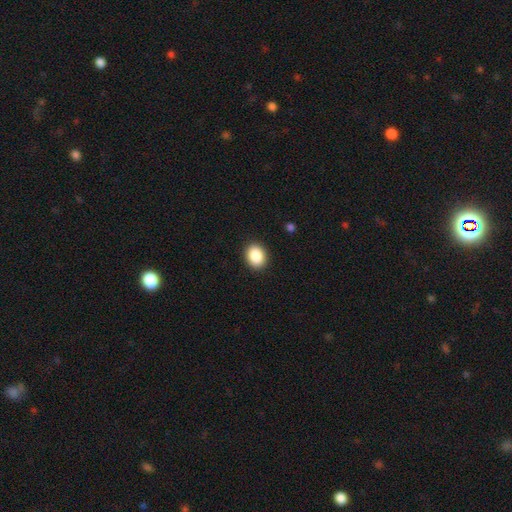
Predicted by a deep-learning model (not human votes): smooth-or-featured: smooth: 88% | star or artifact: 8% | featured or disk: 4%
  how-rounded: in between: 54% | round: 45% | cigar-shaped: 1%
  merging: none: 90% | minor disturbance: 7% | major disturbance: 2% | merger: 1%